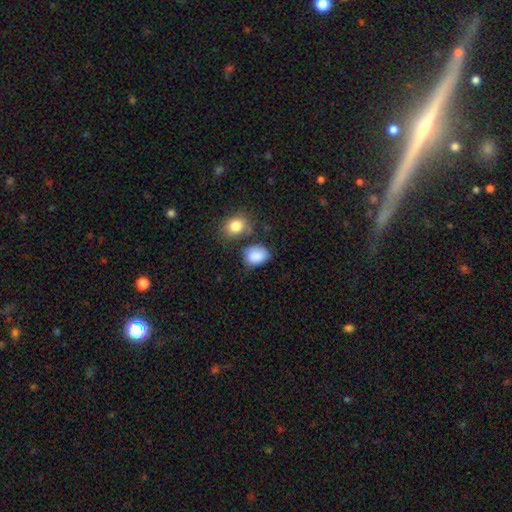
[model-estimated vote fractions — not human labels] Smooth or featured: smooth — 87% (star or artifact — 8%)
How rounded: in between — 62% (round — 36%)
Merging: none — 57% (minor disturbance — 25%)